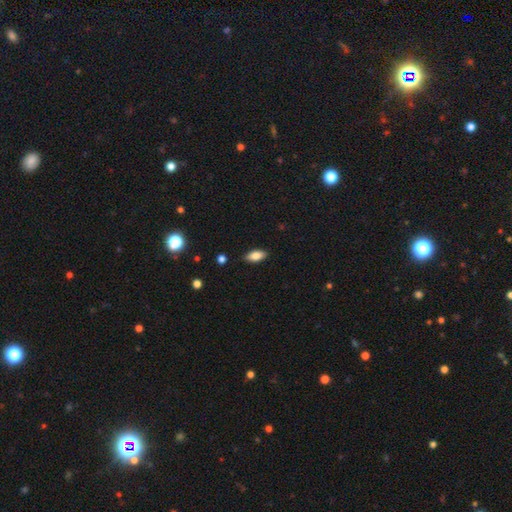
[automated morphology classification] Smooth or featured: smooth — 82% (featured or disk — 11%)
How rounded: in between — 87% (cigar-shaped — 10%)
Merging: none — 86% (minor disturbance — 11%)